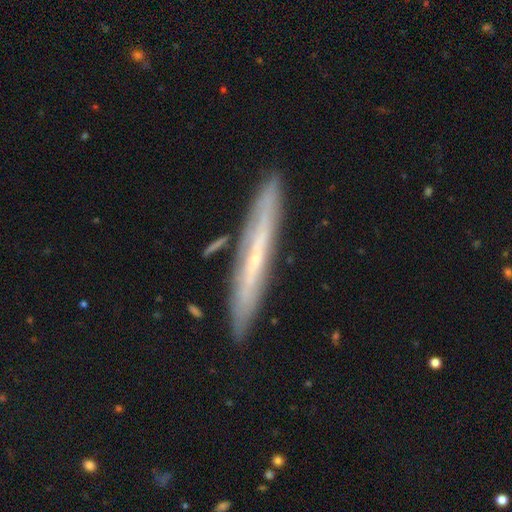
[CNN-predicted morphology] Smooth or featured? Predicted: featured or disk (p=0.62). Edge-on disk? Predicted: yes (p=0.85). Edge-on bulge? Predicted: none (p=0.71). Merging? Predicted: none (p=0.86).